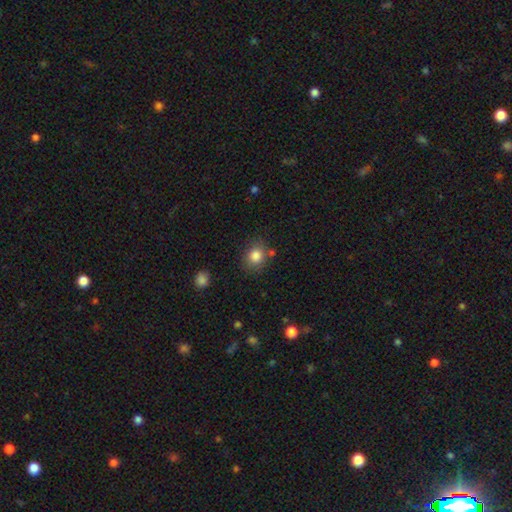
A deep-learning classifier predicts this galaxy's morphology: This appears to be a smooth galaxy with no disk features (83%) that is round (71%). Merging: none (77%).